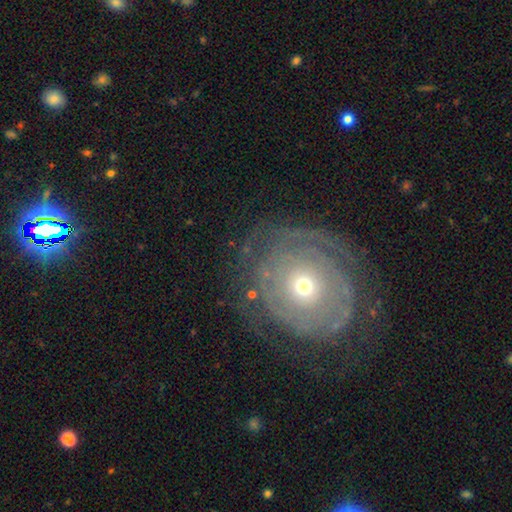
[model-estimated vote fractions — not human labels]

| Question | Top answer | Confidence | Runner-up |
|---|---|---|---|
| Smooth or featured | featured or disk | 77% | smooth (14%) |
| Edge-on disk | no | 96% | yes (4%) |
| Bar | no | 84% | weak (12%) |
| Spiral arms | yes | 82% | no (18%) |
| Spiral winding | tight | 81% | medium (14%) |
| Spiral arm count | can't tell | 48% | 2 (18%) |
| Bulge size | small | 48% | moderate (47%) |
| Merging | none | 76% | minor disturbance (14%) |